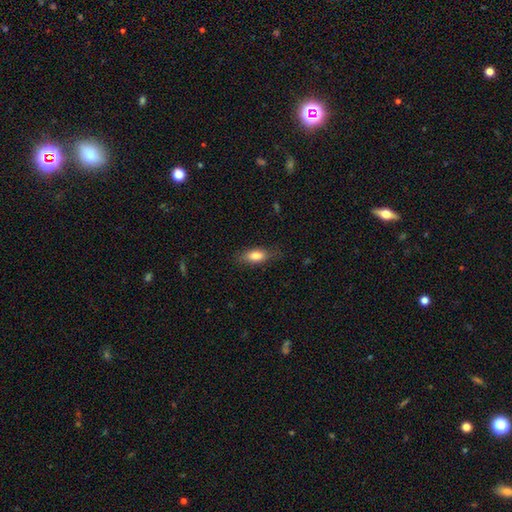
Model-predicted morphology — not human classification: smooth 80%, featured or disk 13%, star or artifact 7%. Down the decision tree: how rounded — in between (77%); merging — none (75%).